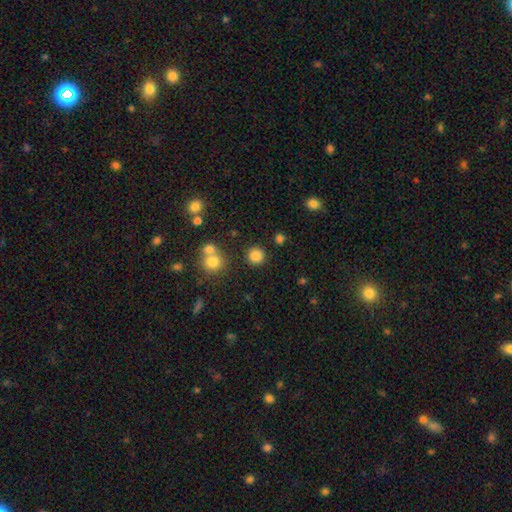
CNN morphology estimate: type=smooth (83%); roundness=round (93%); merging=none (85%).